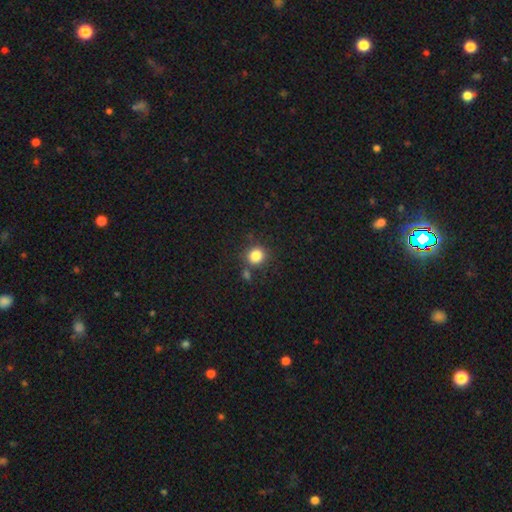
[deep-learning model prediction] smooth-or-featured: smooth: 83% | star or artifact: 12% | featured or disk: 5%
  how-rounded: round: 84% | in between: 15% | cigar-shaped: 1%
  merging: none: 76% | merger: 11% | minor disturbance: 10% | major disturbance: 3%